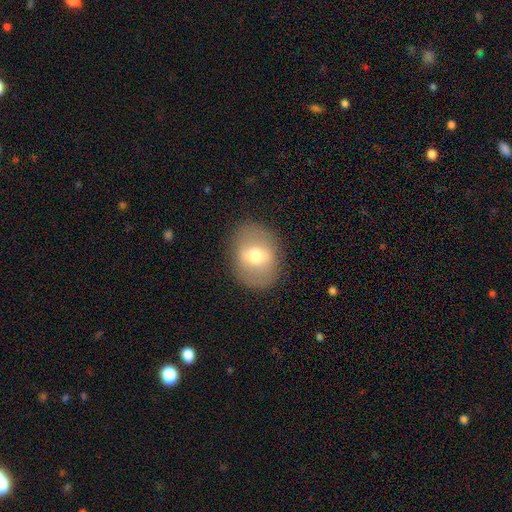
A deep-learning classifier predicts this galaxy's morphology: The model was most divided on "smooth or featured": smooth: 54%, featured or disk: 38%, star or artifact: 8%. More confident: merging — none (84%); how rounded — in between (60%).